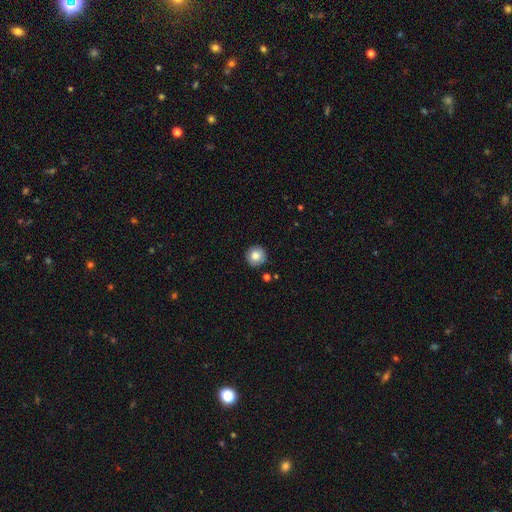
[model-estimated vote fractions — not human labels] A smooth galaxy with no disk features (82%) that is round (95%). Merging: none (88%).